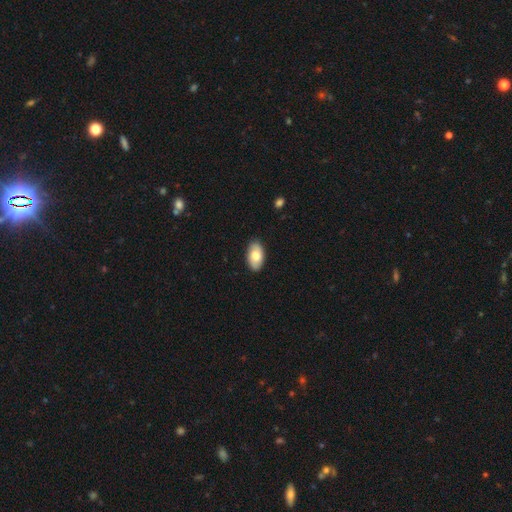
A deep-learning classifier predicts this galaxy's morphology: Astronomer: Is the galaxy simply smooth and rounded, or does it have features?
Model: smooth — 75%.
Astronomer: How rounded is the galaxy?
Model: in between — 95%.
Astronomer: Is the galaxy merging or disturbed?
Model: none — 87%.